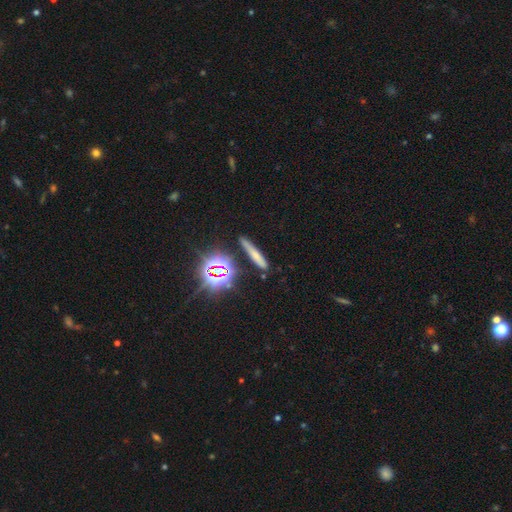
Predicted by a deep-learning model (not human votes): This appears to be a smooth galaxy with no disk features (56%) that is cigar-shaped (85%). Merging: none (80%).